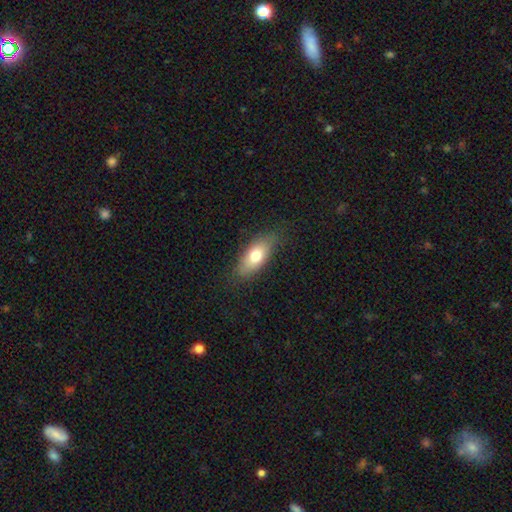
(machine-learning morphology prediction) A smooth galaxy with no disk features (72%) that is in between round and cigar-shaped (81%). Merging: none (80%).